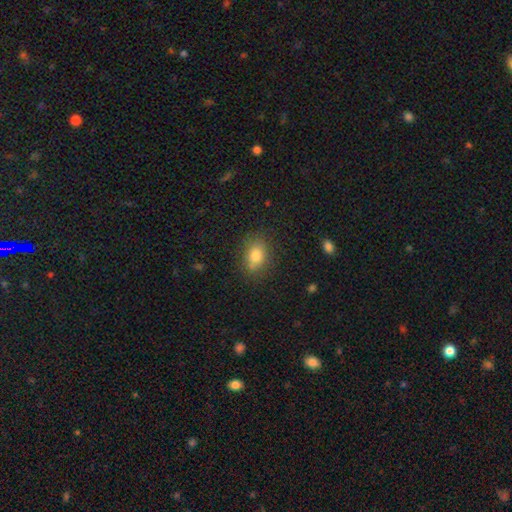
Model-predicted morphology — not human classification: The model was most divided on "how rounded": in between: 75%, round: 23%, cigar-shaped: 2%. More confident: smooth or featured — smooth (81%); merging — none (76%).